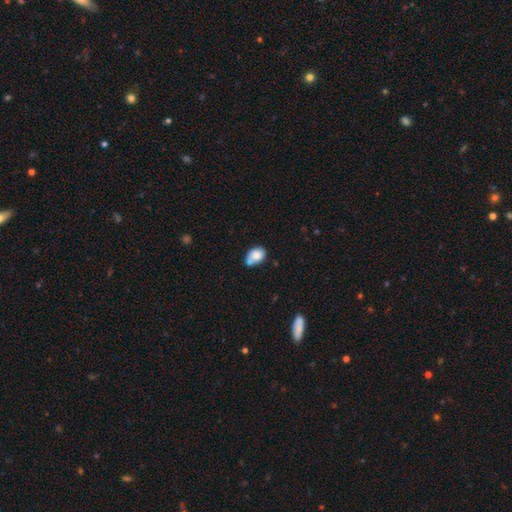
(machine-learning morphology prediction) smooth_or_featured: smooth (p=0.79) [alt: featured or disk p=0.13]
how_rounded: in between (p=0.78) [alt: round p=0.20]
merging: none (p=0.44) [alt: minor disturbance p=0.31]